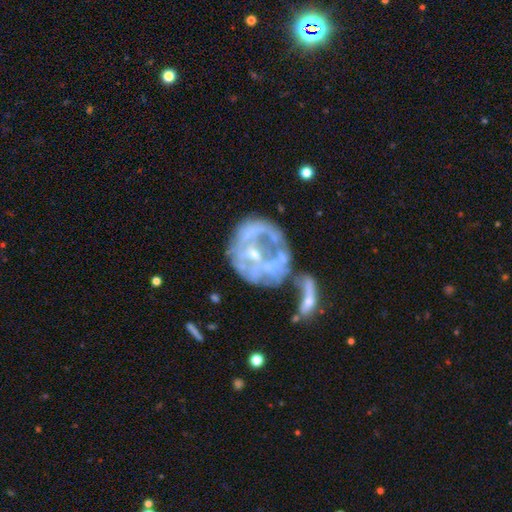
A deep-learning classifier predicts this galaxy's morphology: type=featured or disk (73%); edge-on=no (97%); bar=no (71%); spiral arms=no (65%); bulge=small (55%); merging=merger (43%).